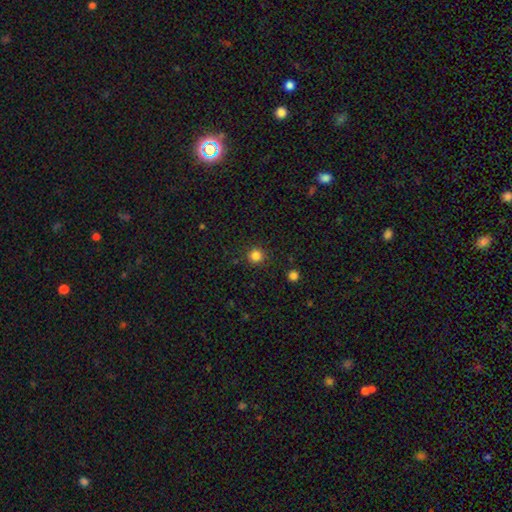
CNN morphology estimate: smooth-or-featured: smooth: 83% | star or artifact: 13% | featured or disk: 4%
  how-rounded: round: 94% | in between: 5% | cigar-shaped: 1%
  merging: none: 89% | minor disturbance: 7% | major disturbance: 2% | merger: 1%